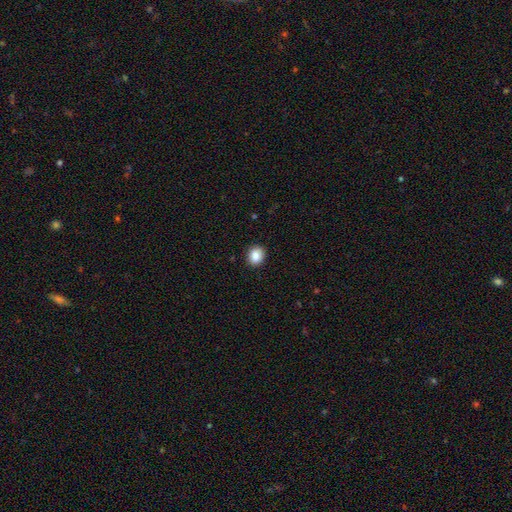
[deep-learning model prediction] Smooth or featured?
  - smooth: 86% *
  - star or artifact: 9%
  - featured or disk: 5%
How rounded?
  - round: 66% *
  - in between: 33%
  - cigar-shaped: 1%
Merging?
  - none: 91% *
  - minor disturbance: 7%
  - major disturbance: 2%
  - merger: 1%